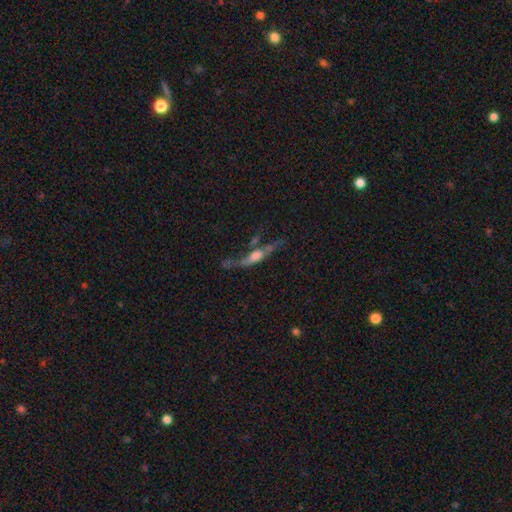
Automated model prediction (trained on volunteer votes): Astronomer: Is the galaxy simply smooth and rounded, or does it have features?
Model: featured or disk — 63%.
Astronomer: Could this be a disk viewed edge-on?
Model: yes — 70%.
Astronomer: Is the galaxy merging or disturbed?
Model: none — 41% (runner-up: major disturbance, 23%).